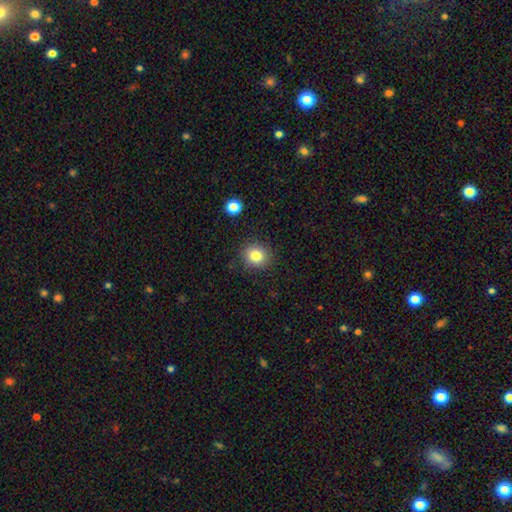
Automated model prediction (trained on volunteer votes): Smooth or featured: smooth — 81% (star or artifact — 12%)
How rounded: round — 86% (in between — 13%)
Merging: none — 89% (minor disturbance — 7%)